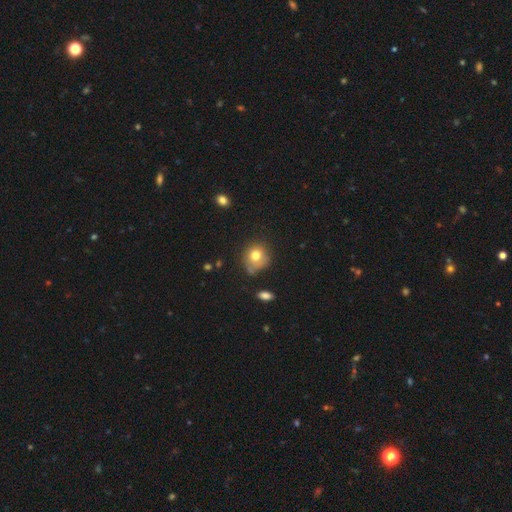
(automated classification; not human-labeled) This is likely a smooth galaxy (75%). How rounded: likely round (75%). Merging: possibly none (53%).